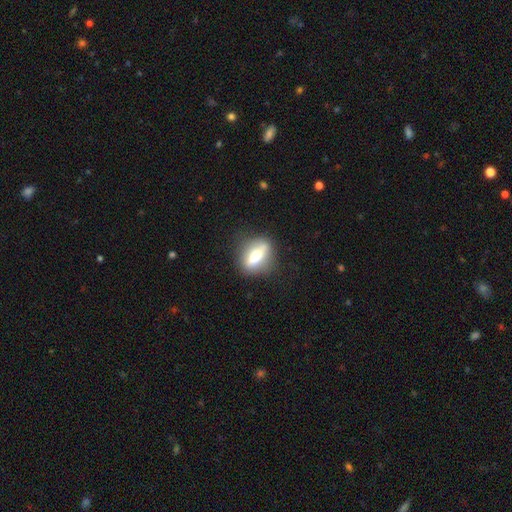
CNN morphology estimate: Smooth or featured? smooth (52%)
How rounded? in between (55%)
Merging? none (79%)